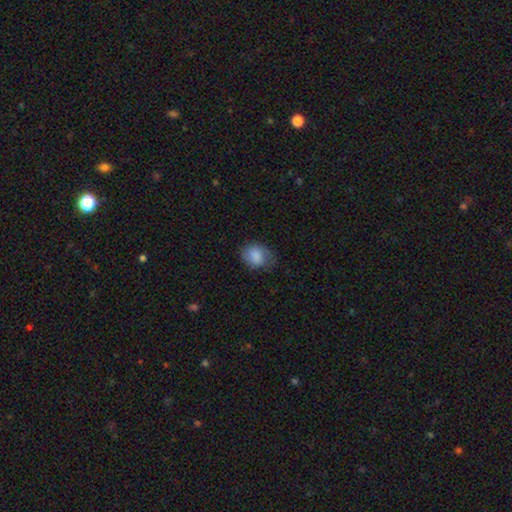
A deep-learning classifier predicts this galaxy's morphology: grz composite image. It shows a smooth galaxy with no disk features (81%) that is in between round and cigar-shaped (58%). Merging: none (58%).